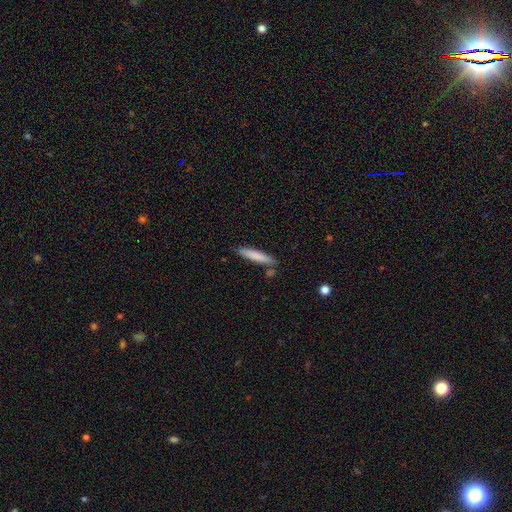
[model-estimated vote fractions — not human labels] This appears to be a smooth galaxy with no disk features (78%) that is cigar-shaped (89%). Merging: none (79%).